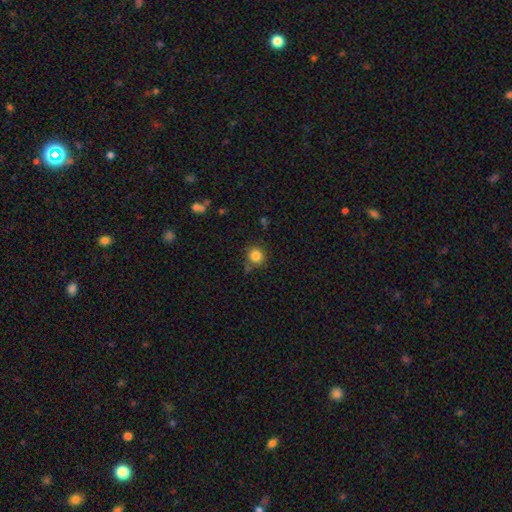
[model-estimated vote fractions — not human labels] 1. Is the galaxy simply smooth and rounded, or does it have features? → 84% smooth, 11% star or artifact, 5% featured or disk.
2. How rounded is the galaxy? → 91% round, 8% in between, 1% cigar-shaped.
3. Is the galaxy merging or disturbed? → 76% none, 15% minor disturbance, 5% merger, 4% major disturbance.